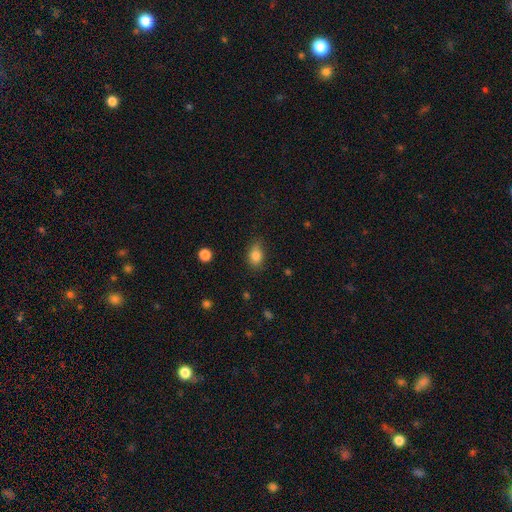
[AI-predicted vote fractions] A smooth galaxy with no disk features (84%) that is in between round and cigar-shaped (75%). Merging: none (74%).